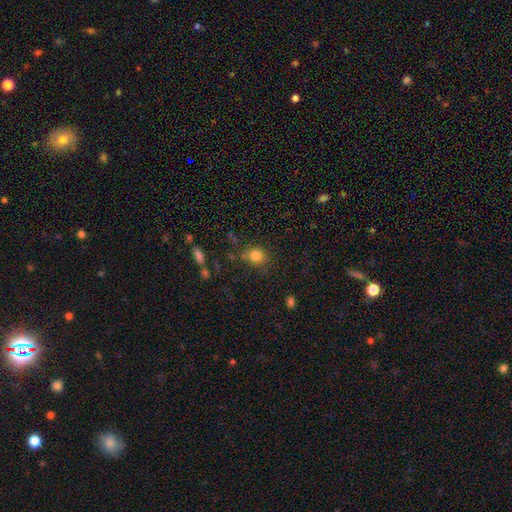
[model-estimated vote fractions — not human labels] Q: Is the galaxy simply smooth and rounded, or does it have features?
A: smooth — 82%.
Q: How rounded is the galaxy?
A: round — 65%.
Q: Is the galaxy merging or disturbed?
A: none — 72%.